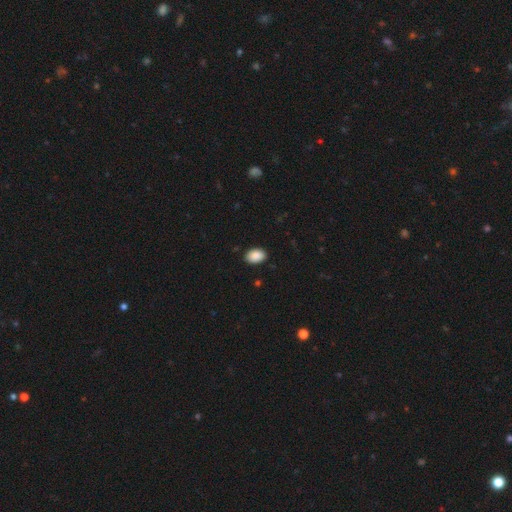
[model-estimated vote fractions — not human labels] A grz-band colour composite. It shows a smooth galaxy with no disk features (90%) that is in between round and cigar-shaped (84%). Merging: none (88%).